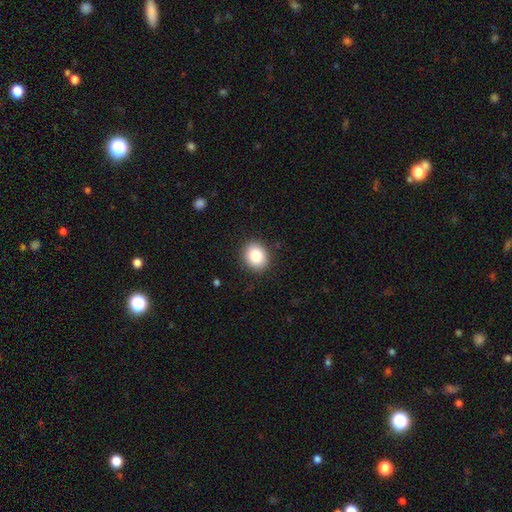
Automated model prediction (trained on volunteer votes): A smooth galaxy with no disk features (85%) that is round (59%).

Vote fractions:
- Smooth or featured? smooth: 85% / star or artifact: 9% / featured or disk: 7%
- How rounded? round: 59% / in between: 40% / cigar-shaped: 1%
- Merging? none: 89% / minor disturbance: 8% / major disturbance: 2% / merger: 1%